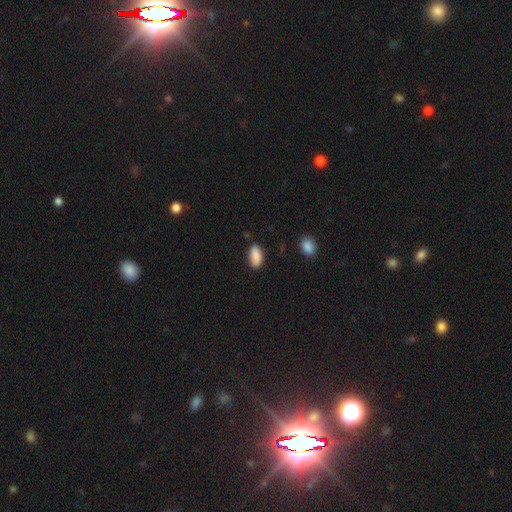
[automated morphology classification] smooth 89%, star or artifact 7%, featured or disk 4%. Down the decision tree: how rounded — in between (91%); merging — none (83%).